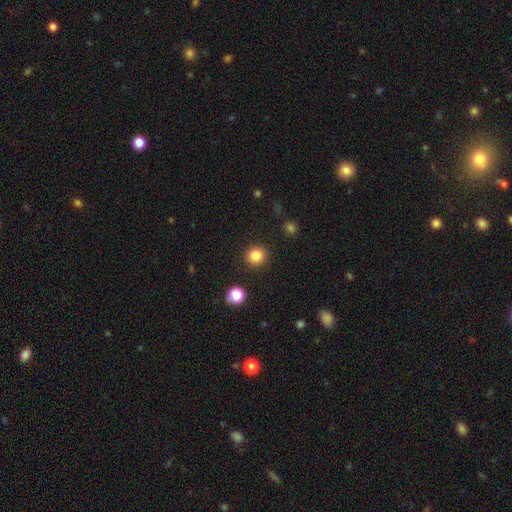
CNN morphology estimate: This appears to be a smooth galaxy with no disk features (85%) that is round (89%). Merging: none (90%).